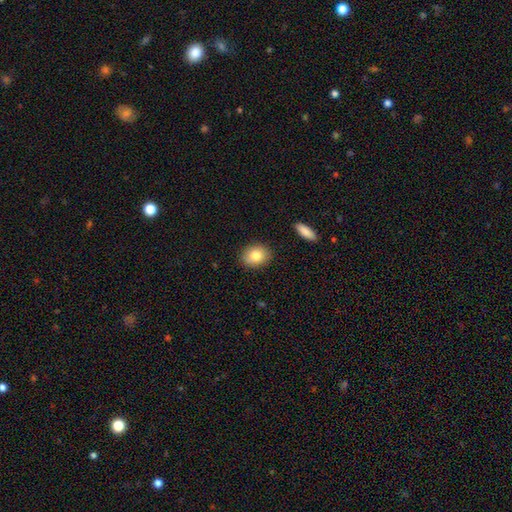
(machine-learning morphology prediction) type=smooth (82%); roundness=in between (51%); merging=none (86%).